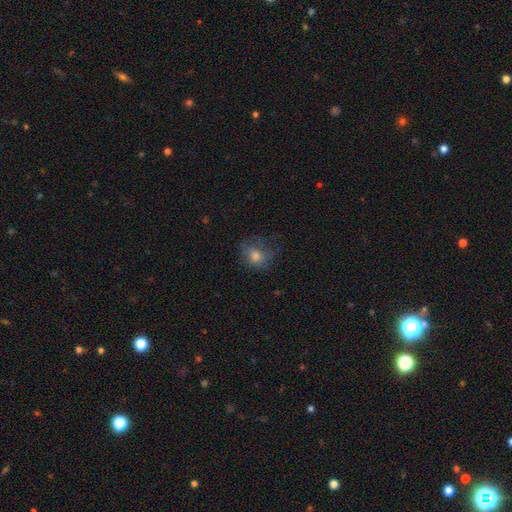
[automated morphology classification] smooth_or_featured: smooth (p=0.65) [alt: featured or disk p=0.20]
how_rounded: round (p=0.60) [alt: in between p=0.38]
merging: none (p=0.53) [alt: minor disturbance p=0.24]